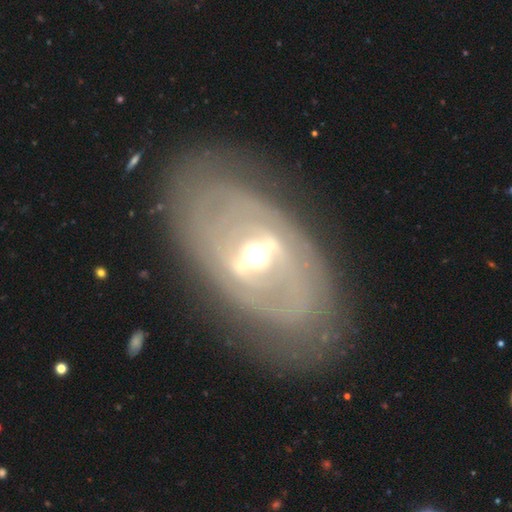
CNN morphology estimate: featured or disk 80%, smooth 14%, star or artifact 6%. Down the decision tree: edge-on disk — no (91%); bar — strong (45%); spiral arms — yes (60%); bulge size — moderate (69%); merging — none (79%).